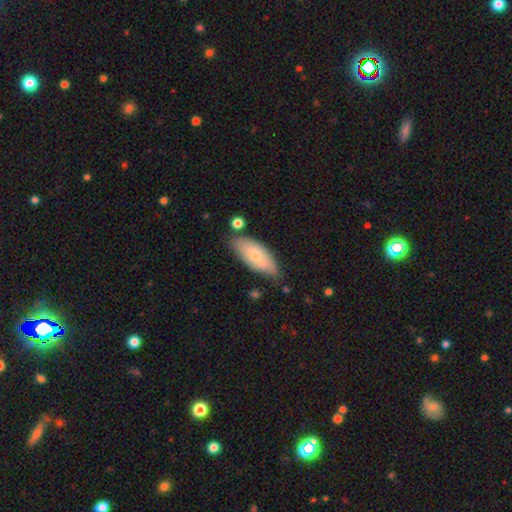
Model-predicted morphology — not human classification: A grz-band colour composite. It shows a smooth galaxy with no disk features (66%) that is in between round and cigar-shaped (86%). Merging: none (67%).